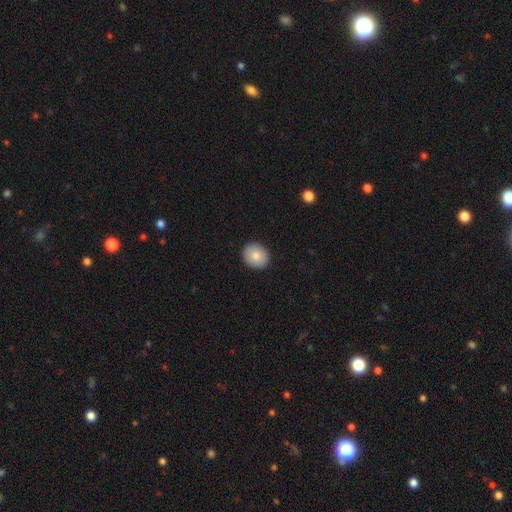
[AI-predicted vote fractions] Smooth or featured: smooth — 82% (featured or disk — 10%)
How rounded: round — 65% (in between — 34%)
Merging: none — 91% (minor disturbance — 7%)